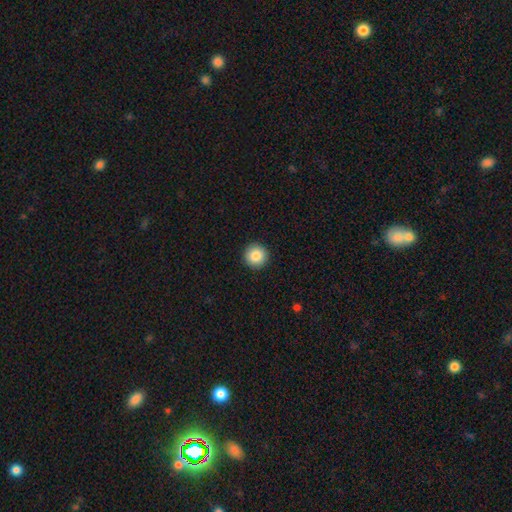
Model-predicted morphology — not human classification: Q: Smooth or featured?
A: smooth (86%); runner-up: star or artifact (9%)
Q: How rounded?
A: round (96%); runner-up: in between (3%)
Q: Merging?
A: none (93%); runner-up: minor disturbance (4%)